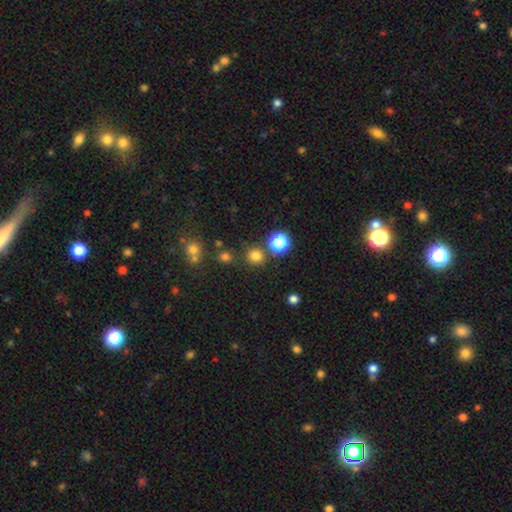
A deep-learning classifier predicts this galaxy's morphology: A smooth galaxy with no disk features (77%) that is round (92%). Merging: none (83%).